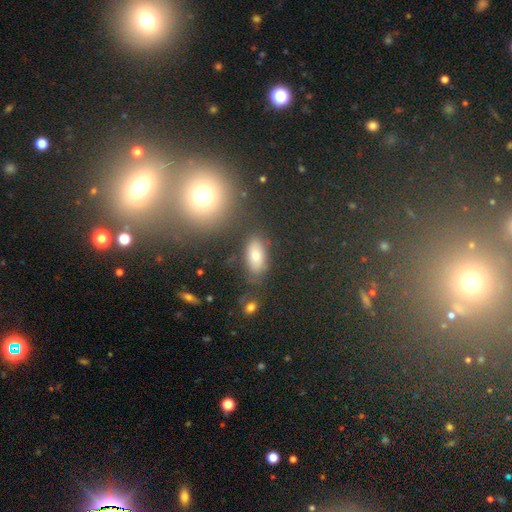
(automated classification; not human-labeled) A smooth galaxy with no disk features (70%) that is in between round and cigar-shaped (87%).

Vote fractions:
- Smooth or featured? smooth: 70% / star or artifact: 15% / featured or disk: 15%
- How rounded? in between: 87% / round: 7% / cigar-shaped: 6%
- Merging? none: 77% / minor disturbance: 14% / major disturbance: 5% / merger: 4%